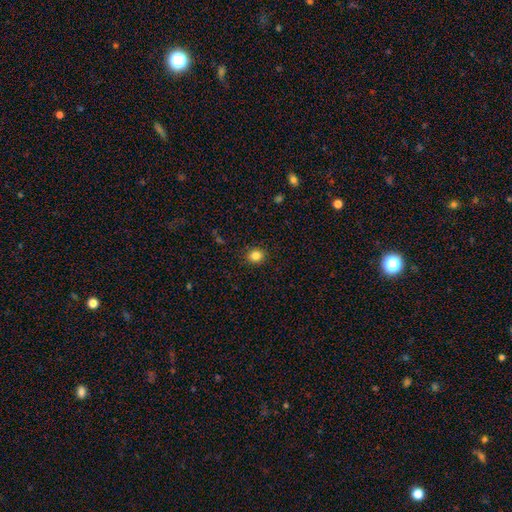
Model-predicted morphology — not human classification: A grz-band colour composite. It shows a smooth galaxy with no disk features (84%) that is round (75%). Merging: none (90%).